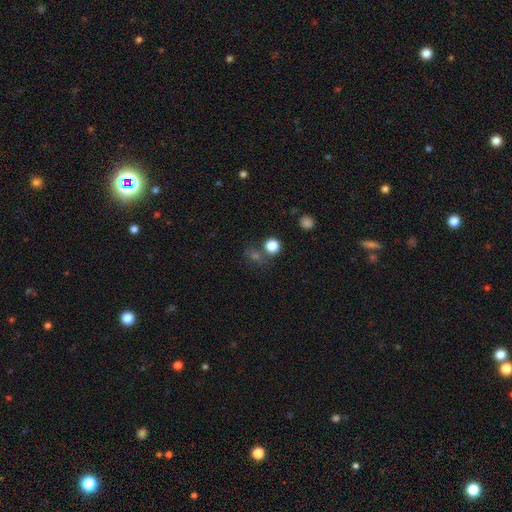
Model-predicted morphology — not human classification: Smooth or featured? smooth (51%)
How rounded? round (80%)
Merging? none (65%)